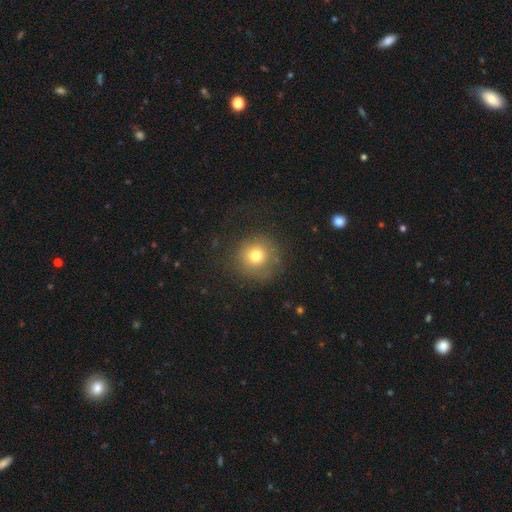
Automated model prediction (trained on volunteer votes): This appears to be a smooth galaxy with no disk features (74%) that is round (93%). Merging: none (79%).